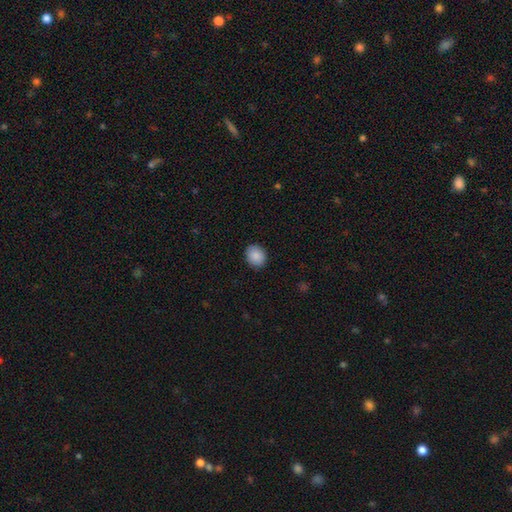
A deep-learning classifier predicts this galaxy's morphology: A smooth galaxy with no disk features (89%) that is round (53%). Merging: none (89%).